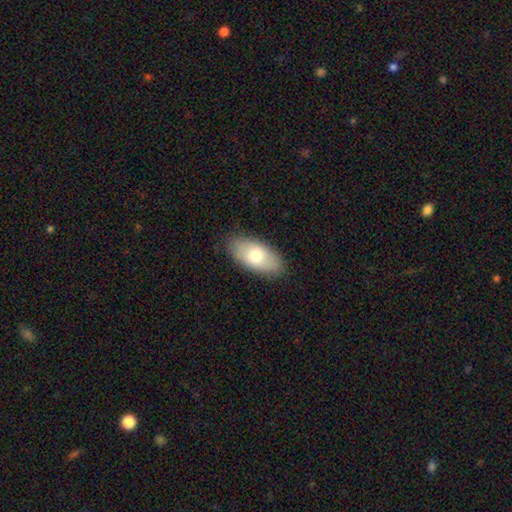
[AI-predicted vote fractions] This appears to be a smooth galaxy with no disk features (73%) that is in between round and cigar-shaped (92%). Merging: none (85%).